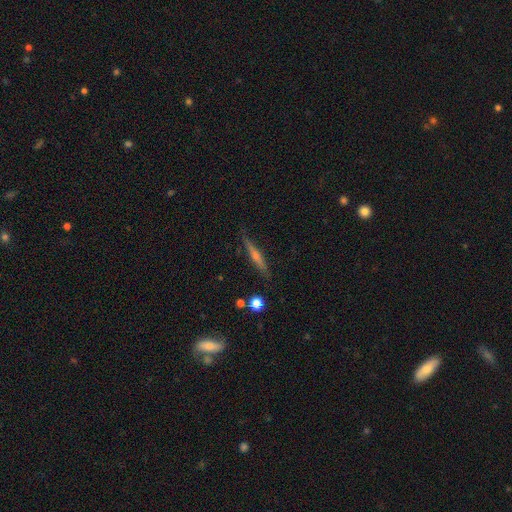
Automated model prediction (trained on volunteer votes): A featured or disk galaxy (63%) viewed edge-on (96%) with a rounded central bulge (65%). Merging: none (86%).